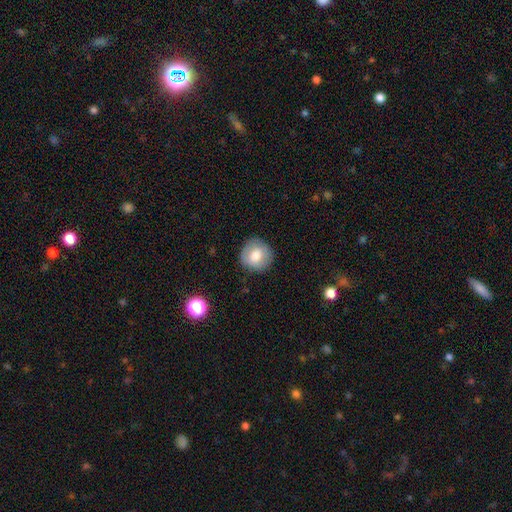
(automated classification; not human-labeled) Smooth or featured?
  - smooth: 76% *
  - featured or disk: 16%
  - star or artifact: 8%
How rounded?
  - round: 91% *
  - in between: 8%
  - cigar-shaped: 1%
Merging?
  - none: 86% *
  - minor disturbance: 10%
  - major disturbance: 3%
  - merger: 1%